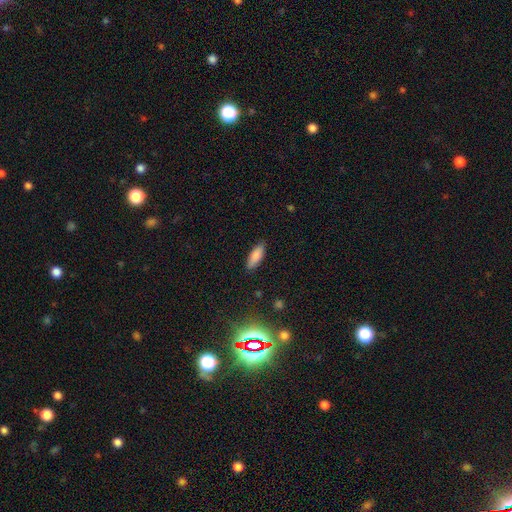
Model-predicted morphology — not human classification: Q: Smooth or featured?
A: smooth (84%); runner-up: featured or disk (8%)
Q: How rounded?
A: in between (66%); runner-up: cigar-shaped (32%)
Q: Merging?
A: none (85%); runner-up: minor disturbance (12%)